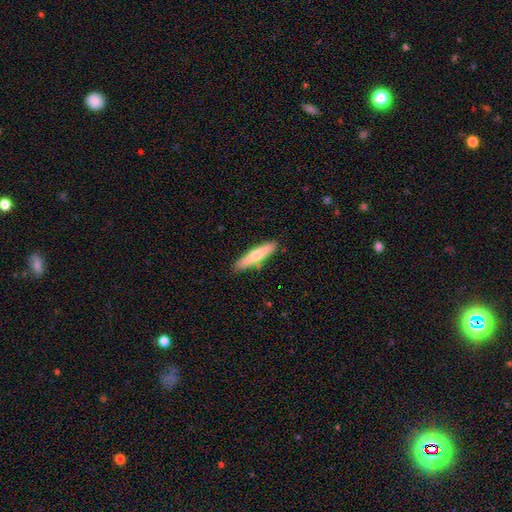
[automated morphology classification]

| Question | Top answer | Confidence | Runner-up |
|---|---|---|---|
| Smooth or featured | smooth | 59% | featured or disk (35%) |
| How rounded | cigar-shaped | 85% | in between (14%) |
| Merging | none | 85% | minor disturbance (10%) |